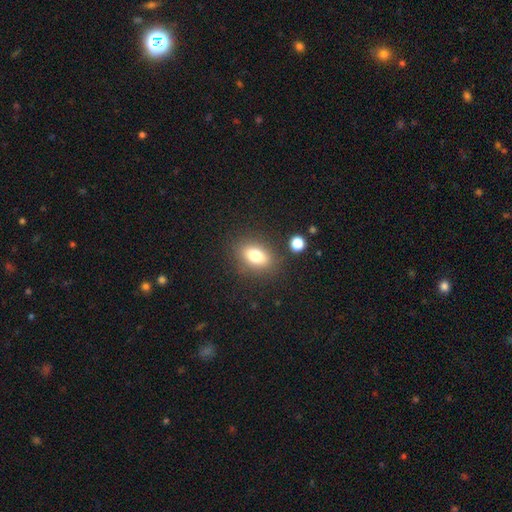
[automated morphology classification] type=smooth (79%); roundness=in between (81%); merging=none (82%).